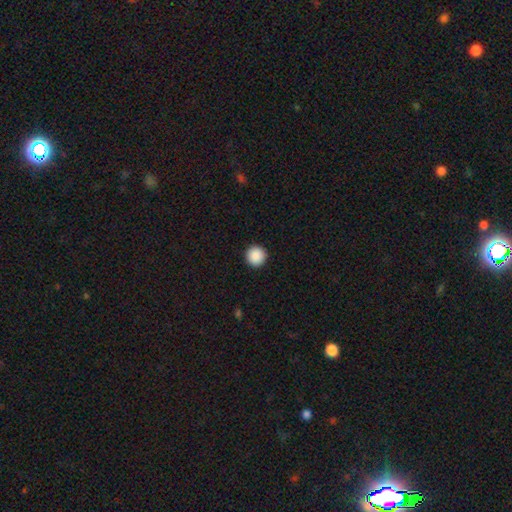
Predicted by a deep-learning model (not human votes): Morphology: type=smooth (90%); roundness=round (96%); merging=none (93%).